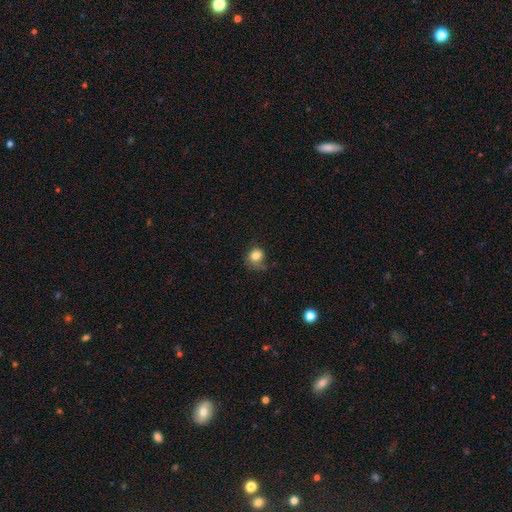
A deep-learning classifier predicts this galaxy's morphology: smooth-or-featured: smooth: 82% | star or artifact: 10% | featured or disk: 9%
  how-rounded: round: 69% | in between: 30% | cigar-shaped: 1%
  merging: none: 48% | minor disturbance: 31% | major disturbance: 18% | merger: 2%